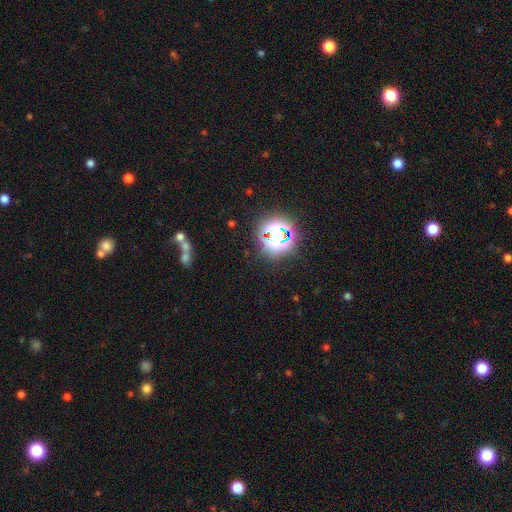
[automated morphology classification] A star or artifact, not a galaxy (77%).